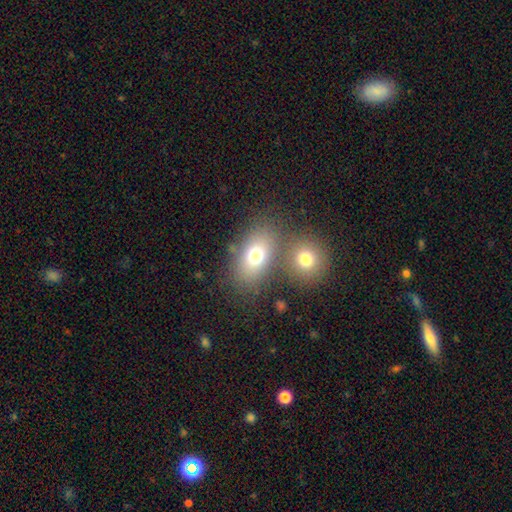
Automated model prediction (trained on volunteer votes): Q: Smooth or featured?
A: smooth (72%); runner-up: featured or disk (16%)
Q: How rounded?
A: in between (75%); runner-up: round (23%)
Q: Merging?
A: none (56%); runner-up: merger (30%)